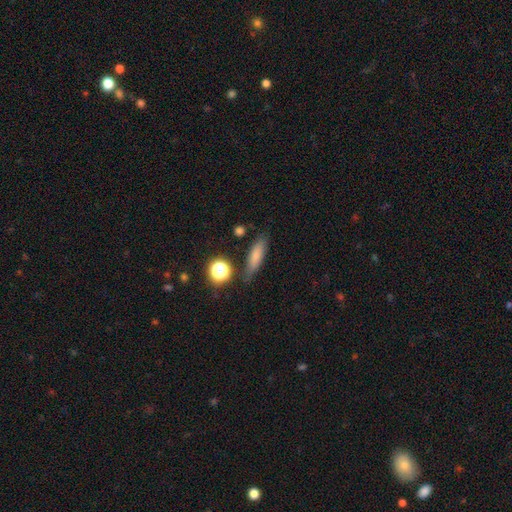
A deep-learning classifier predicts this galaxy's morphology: smooth_or_featured: smooth (p=0.74) [alt: featured or disk p=0.15]
how_rounded: cigar-shaped (p=0.54) [alt: in between p=0.39]
merging: none (p=0.75) [alt: minor disturbance p=0.16]